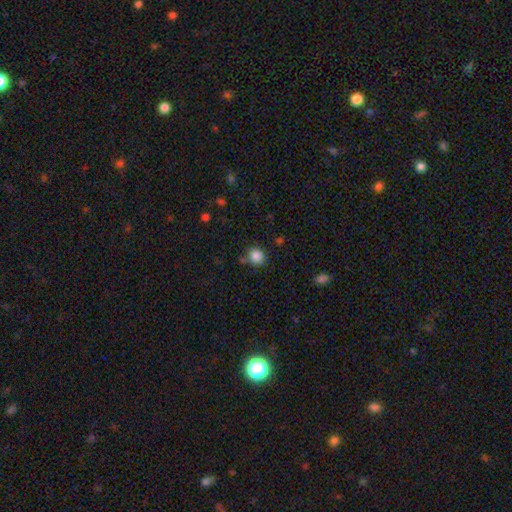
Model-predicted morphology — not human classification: smooth-or-featured: smooth: 86% | star or artifact: 10% | featured or disk: 4%
  how-rounded: round: 80% | in between: 19% | cigar-shaped: 1%
  merging: none: 77% | minor disturbance: 13% | merger: 6% | major disturbance: 4%